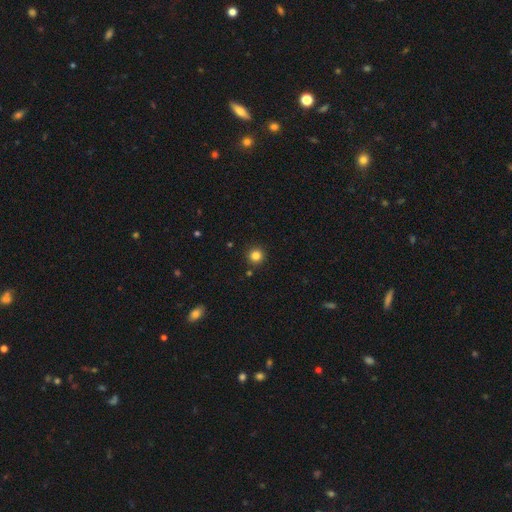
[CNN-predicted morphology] A smooth galaxy with no disk features (83%) that is round (95%). Merging: none (90%).